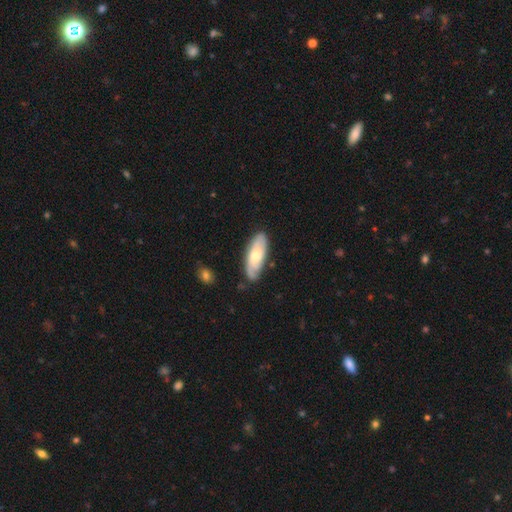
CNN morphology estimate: smooth-or-featured: featured or disk: 53% | smooth: 41% | star or artifact: 5%
  disk-edge-on: no: 83% | yes: 17%
  merging: none: 76% | minor disturbance: 18% | major disturbance: 4% | merger: 2%